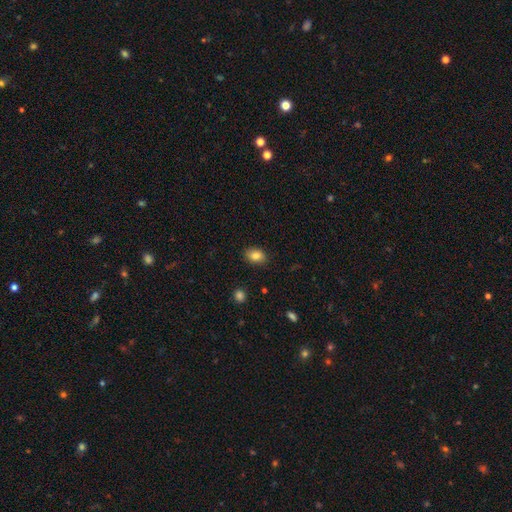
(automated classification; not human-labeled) A smooth galaxy with no disk features (84%) that is in between round and cigar-shaped (79%). Merging: none (87%).